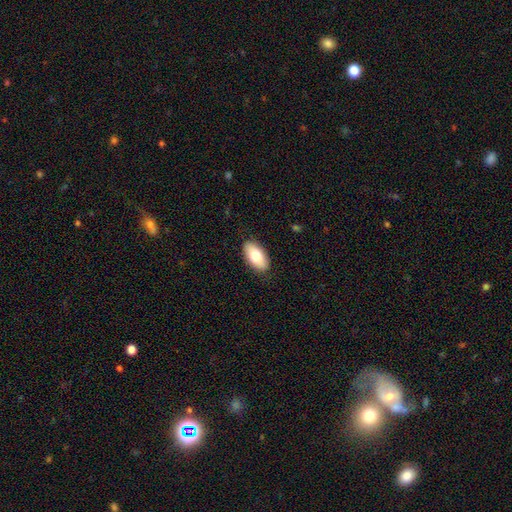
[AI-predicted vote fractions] smooth_or_featured: smooth (p=0.78) [alt: featured or disk p=0.16]
how_rounded: in between (p=0.94) [alt: cigar-shaped p=0.03]
merging: none (p=0.88) [alt: minor disturbance p=0.09]